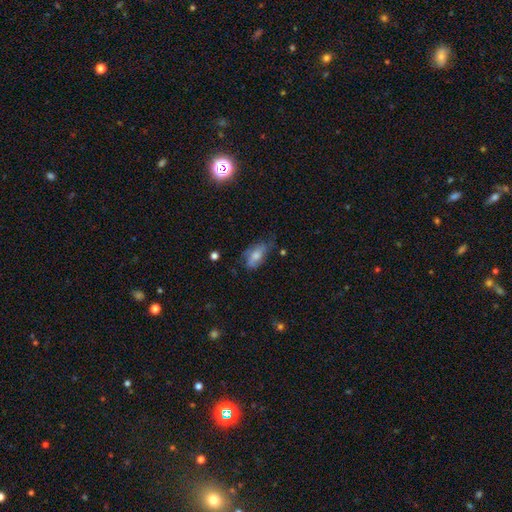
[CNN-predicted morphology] Smooth or featured: smooth — 57% (featured or disk — 34%)
How rounded: in between — 87% (cigar-shaped — 8%)
Merging: none — 45% (minor disturbance — 33%)